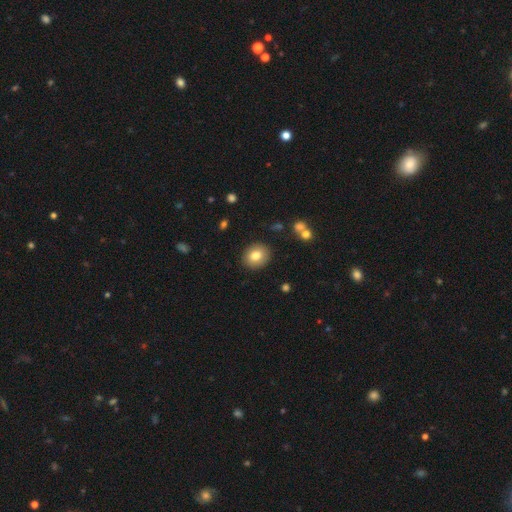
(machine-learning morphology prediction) smooth_or_featured: smooth (p=0.79) [alt: featured or disk p=0.12]
how_rounded: round (p=0.72) [alt: in between p=0.27]
merging: none (p=0.89) [alt: minor disturbance p=0.07]